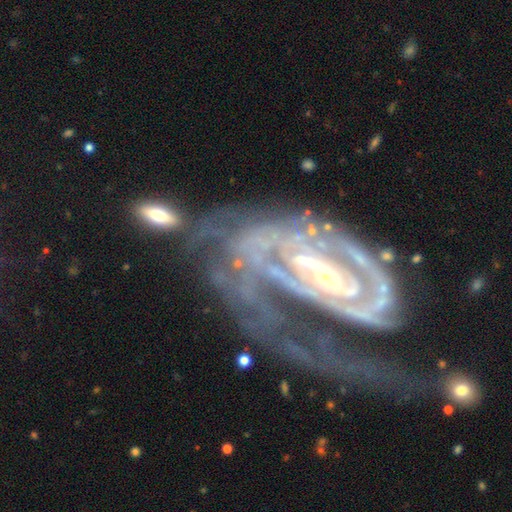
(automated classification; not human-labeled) Q: Smooth or featured?
A: featured or disk (88%); runner-up: star or artifact (6%)
Q: Edge-on disk?
A: no (95%); runner-up: yes (5%)
Q: Bar?
A: weak (36%); runner-up: no (34%)
Q: Spiral arms?
A: yes (93%); runner-up: no (7%)
Q: Spiral winding?
A: tight (59%); runner-up: medium (31%)
Q: Spiral arm count?
A: 2 (40%); runner-up: can't tell (27%)
Q: Bulge size?
A: small (66%); runner-up: moderate (28%)
Q: Merging?
A: major disturbance (38%); runner-up: none (29%)